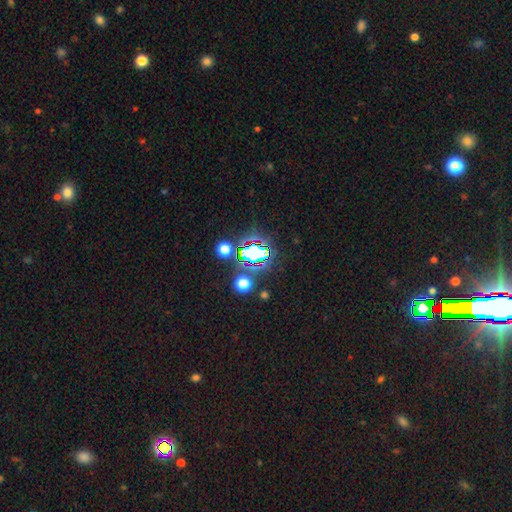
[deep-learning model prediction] smooth-or-featured: star or artifact: 59% | smooth: 28% | featured or disk: 13%